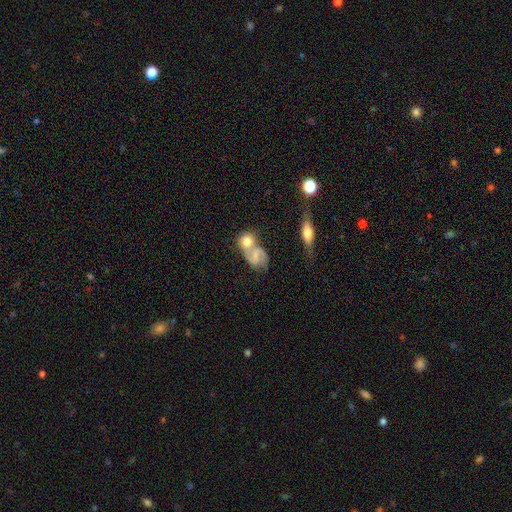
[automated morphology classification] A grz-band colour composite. It shows a featured or disk galaxy (69%) with no bar (45%), 2 (88%) medium (49%) spiral arms (90%) and a small central bulge (44%). Merging: merger (47%).